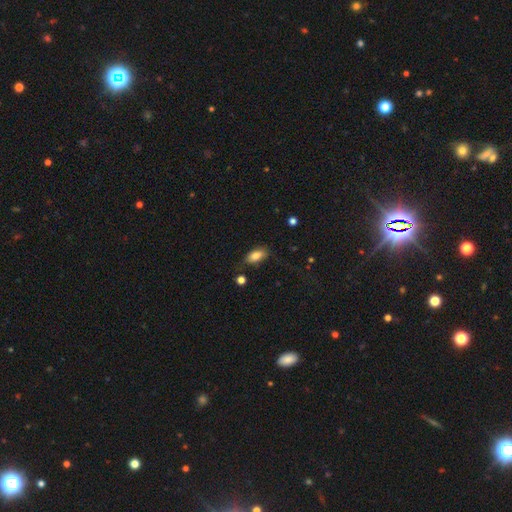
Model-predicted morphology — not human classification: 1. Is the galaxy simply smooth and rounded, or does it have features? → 83% smooth, 9% featured or disk, 8% star or artifact.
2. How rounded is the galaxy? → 88% in between, 7% cigar-shaped, 4% round.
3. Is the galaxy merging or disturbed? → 76% none, 18% minor disturbance, 4% major disturbance, 2% merger.